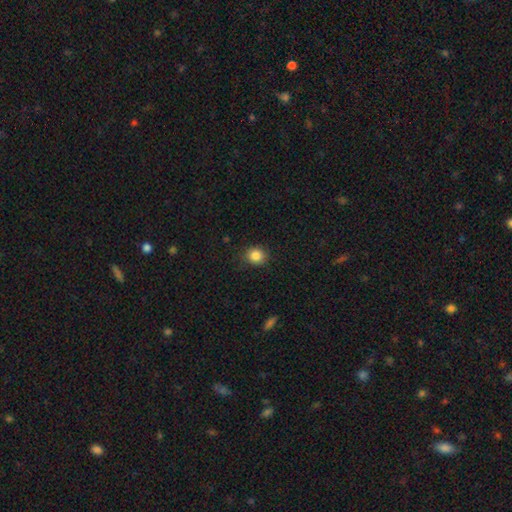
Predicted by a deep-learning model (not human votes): smooth 85%, star or artifact 10%, featured or disk 4%. Down the decision tree: how rounded — round (78%); merging — none (84%).